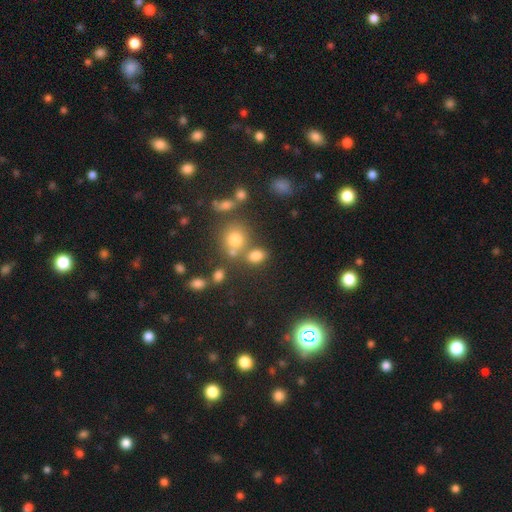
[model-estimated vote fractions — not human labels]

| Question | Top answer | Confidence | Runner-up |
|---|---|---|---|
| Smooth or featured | smooth | 76% | star or artifact (16%) |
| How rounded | in between | 66% | round (32%) |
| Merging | none | 57% | merger (24%) |